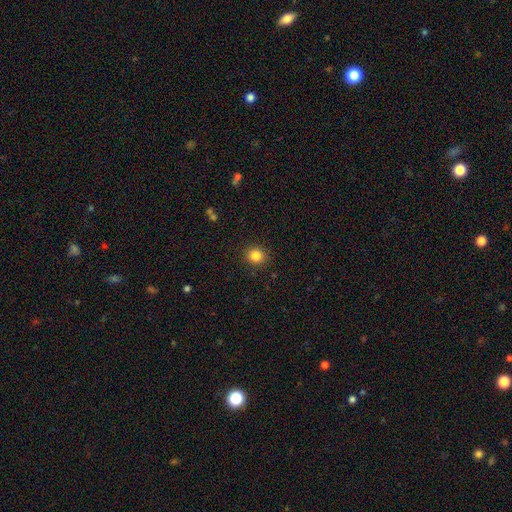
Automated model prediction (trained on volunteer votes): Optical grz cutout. It shows a smooth galaxy with no disk features (85%) that is round (81%). Merging: none (90%).